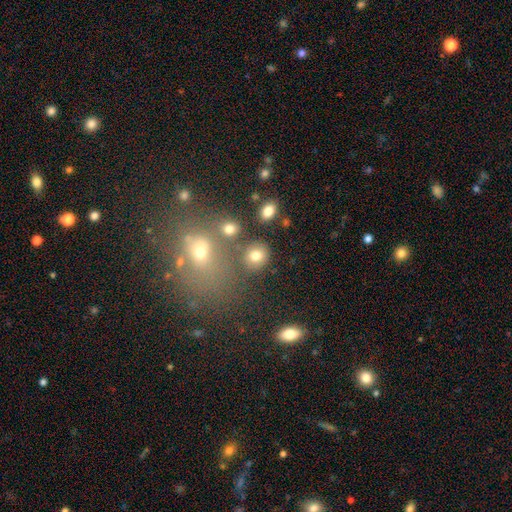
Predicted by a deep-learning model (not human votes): This appears to be a smooth galaxy with no disk features (78%) that is round (74%). Merging: none (76%).